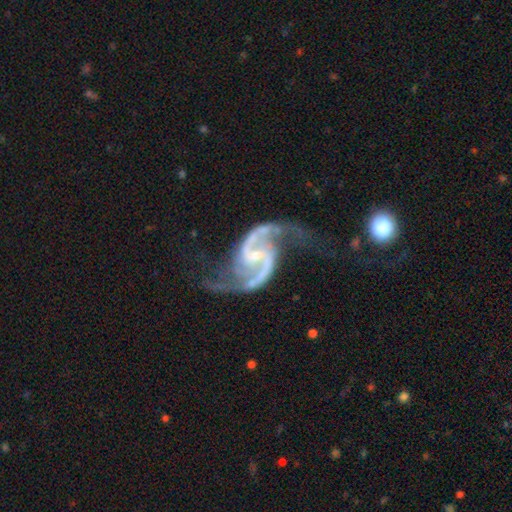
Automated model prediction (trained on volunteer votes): A featured or disk galaxy (94%) with a weak bar (48%), 2 (94%) loose (48%) spiral arms (98%) and a small central bulge (68%). Merging: none (62%).